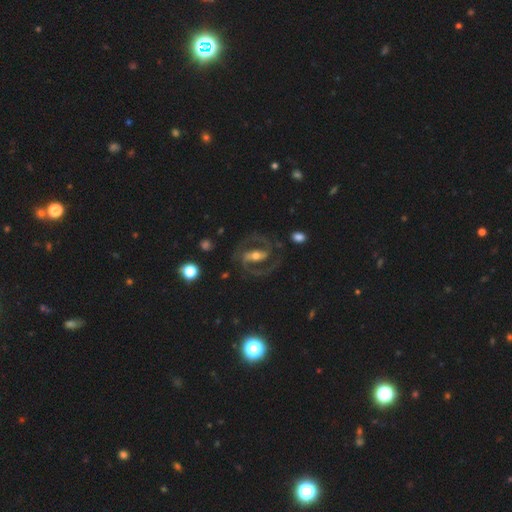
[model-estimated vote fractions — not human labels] Smooth or featured?
  - featured or disk: 88% *
  - smooth: 7%
  - star or artifact: 5%
Edge-on disk?
  - no: 96% *
  - yes: 4%
Bar?
  - strong: 60% *
  - weak: 26%
  - no: 14%
Spiral arms?
  - yes: 94% *
  - no: 6%
Spiral winding?
  - medium: 60% *
  - tight: 25%
  - loose: 15%
Spiral arm count?
  - 2: 93% *
  - can't tell: 2%
  - 1: 2%
  - 3: 1%
  - 4: 1%
  - more than 4: 1%
Bulge size?
  - moderate: 62% *
  - small: 29%
  - large: 6%
  - none: 1%
  - dominant: 1%
Merging?
  - none: 76% *
  - minor disturbance: 12%
  - major disturbance: 10%
  - merger: 2%